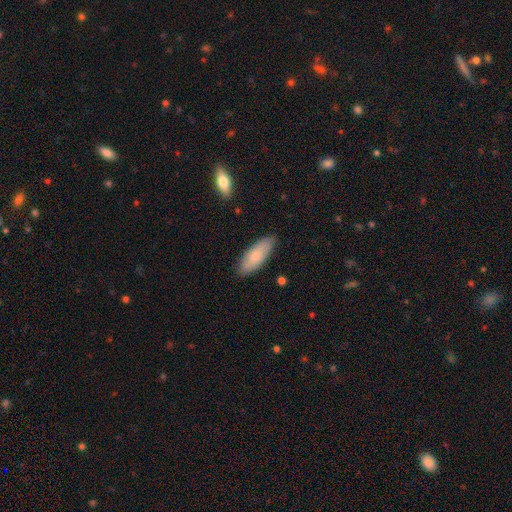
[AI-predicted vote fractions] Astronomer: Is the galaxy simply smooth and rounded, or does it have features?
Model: smooth — 80%.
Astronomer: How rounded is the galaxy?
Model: in between — 73%.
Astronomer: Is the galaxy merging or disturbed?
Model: none — 84%.